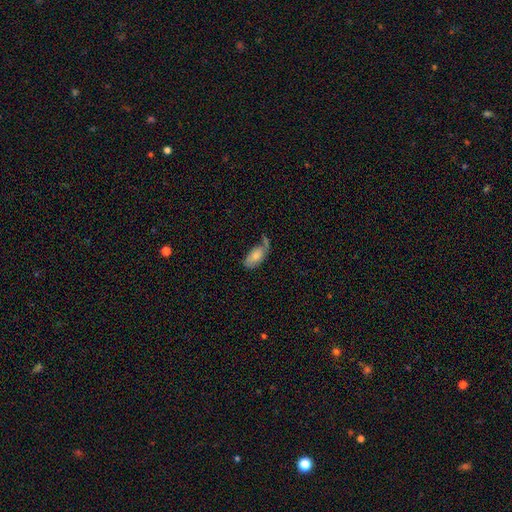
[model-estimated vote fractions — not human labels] Smooth or featured? Predicted: smooth (p=0.72). How rounded? Predicted: in between (p=0.93). Merging? Predicted: none (p=0.41).